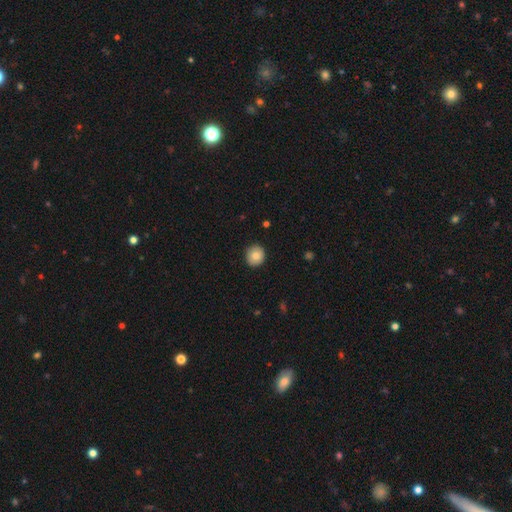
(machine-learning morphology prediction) smooth_or_featured: smooth (p=0.82) [alt: featured or disk p=0.10]
how_rounded: round (p=0.87) [alt: in between p=0.12]
merging: none (p=0.89) [alt: minor disturbance p=0.08]